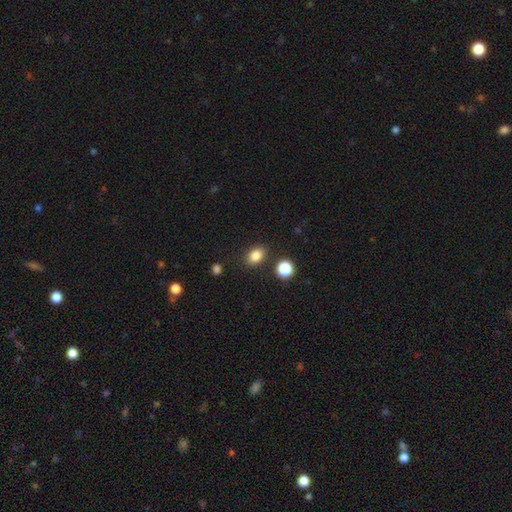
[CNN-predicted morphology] This is clearly a smooth galaxy (85%). How rounded: likely in between (76%). Merging: clearly none (83%).